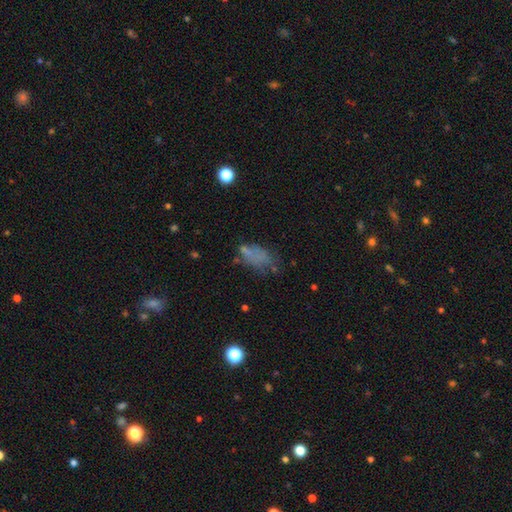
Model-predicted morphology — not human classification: A smooth galaxy with no disk features (57%) that is in between round and cigar-shaped (86%).

Vote fractions:
- Smooth or featured? smooth: 57% / featured or disk: 27% / star or artifact: 17%
- How rounded? in between: 86% / round: 8% / cigar-shaped: 6%
- Merging? none: 40% / major disturbance: 25% / minor disturbance: 25% / merger: 10%